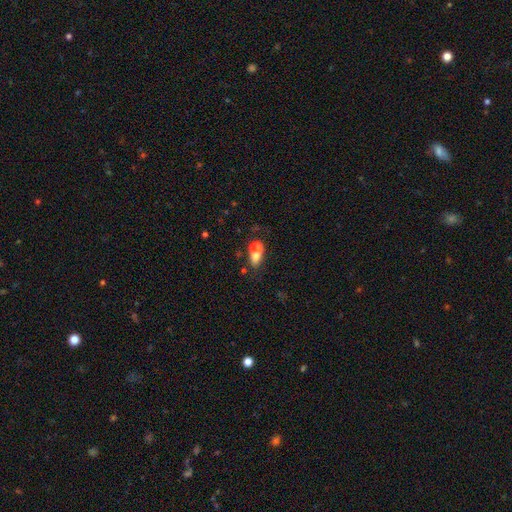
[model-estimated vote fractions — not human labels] The model was most divided on "how rounded": in between: 55%, round: 41%, cigar-shaped: 4%. More confident: smooth or featured — smooth (69%); merging — merger (56%).